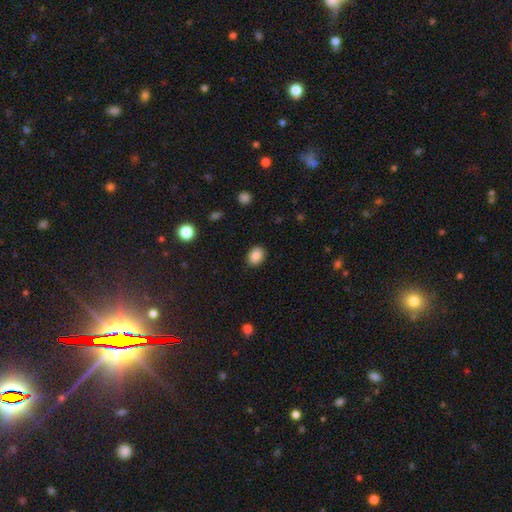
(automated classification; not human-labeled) Smooth or featured?
  - smooth: 87% *
  - star or artifact: 8%
  - featured or disk: 5%
How rounded?
  - in between: 65% *
  - round: 34%
  - cigar-shaped: 1%
Merging?
  - none: 89% *
  - minor disturbance: 8%
  - major disturbance: 2%
  - merger: 1%